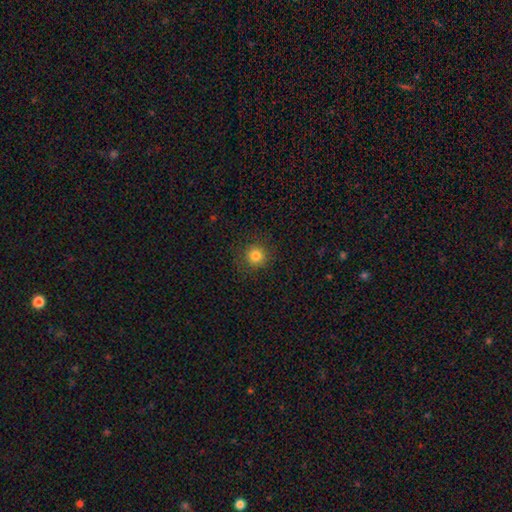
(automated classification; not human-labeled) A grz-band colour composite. It shows a smooth galaxy with no disk features (82%) that is round (93%). Merging: none (89%).